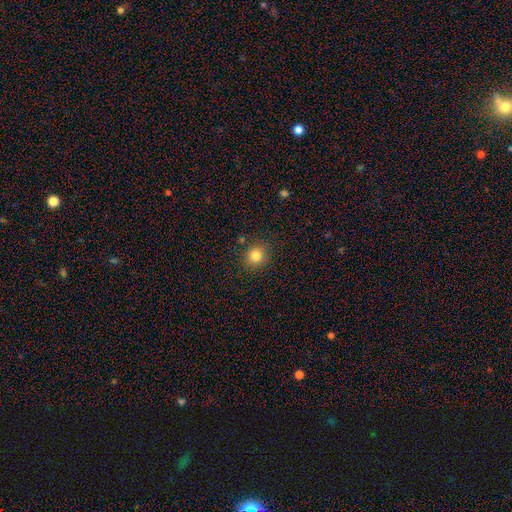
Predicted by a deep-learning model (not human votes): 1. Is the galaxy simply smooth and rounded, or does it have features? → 82% smooth, 12% star or artifact, 6% featured or disk.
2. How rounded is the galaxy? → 86% round, 13% in between, 1% cigar-shaped.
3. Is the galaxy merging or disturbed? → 86% none, 9% minor disturbance, 3% merger, 3% major disturbance.